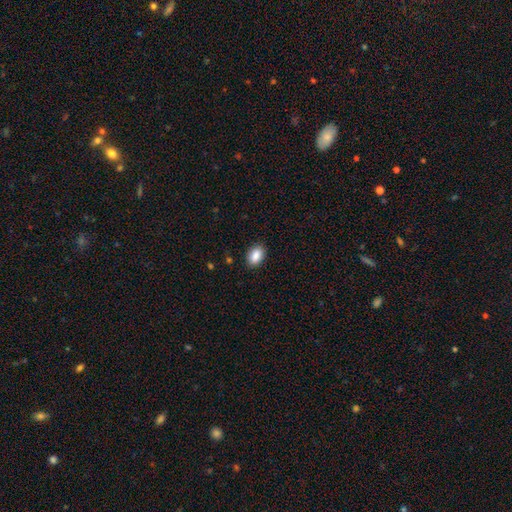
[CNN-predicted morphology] smooth 89%, star or artifact 7%, featured or disk 4%. Down the decision tree: how rounded — in between (86%); merging — none (89%).